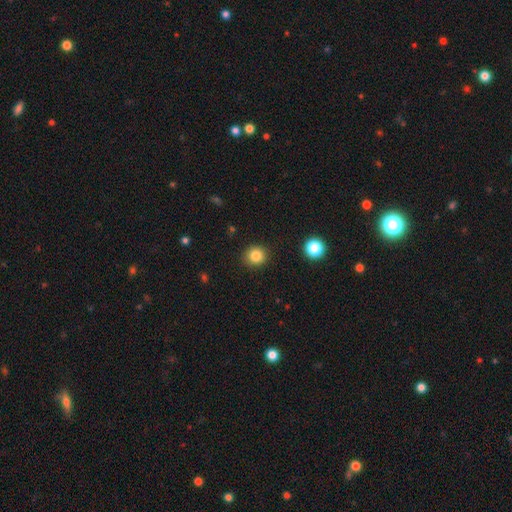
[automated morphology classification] A smooth galaxy with no disk features (84%) that is round (90%).

Vote fractions:
- Smooth or featured? smooth: 84% / star or artifact: 11% / featured or disk: 5%
- How rounded? round: 90% / in between: 9% / cigar-shaped: 1%
- Merging? none: 91% / minor disturbance: 6% / major disturbance: 2% / merger: 1%